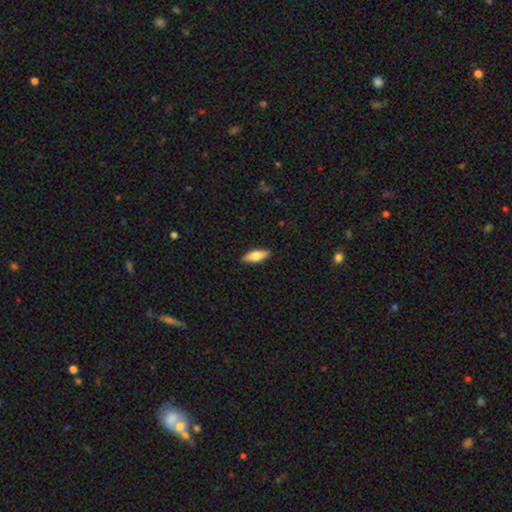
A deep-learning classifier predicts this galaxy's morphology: smooth 72%, featured or disk 22%, star or artifact 6%. Down the decision tree: how rounded — in between (67%); merging — none (89%).